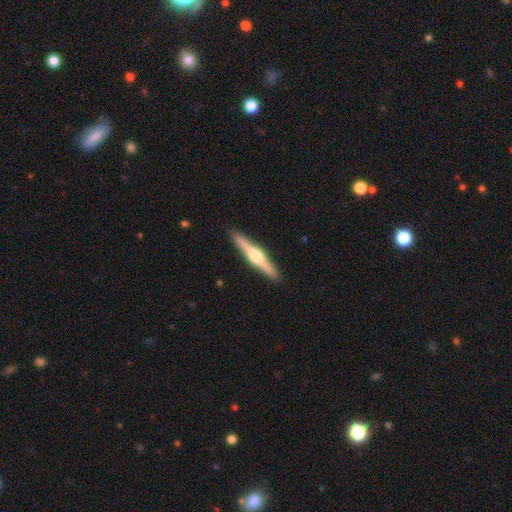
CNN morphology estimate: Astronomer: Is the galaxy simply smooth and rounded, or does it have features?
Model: featured or disk — 72%.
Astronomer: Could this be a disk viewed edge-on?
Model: yes — 98%.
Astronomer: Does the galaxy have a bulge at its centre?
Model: rounded — 93%.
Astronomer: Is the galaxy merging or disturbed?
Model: none — 91%.